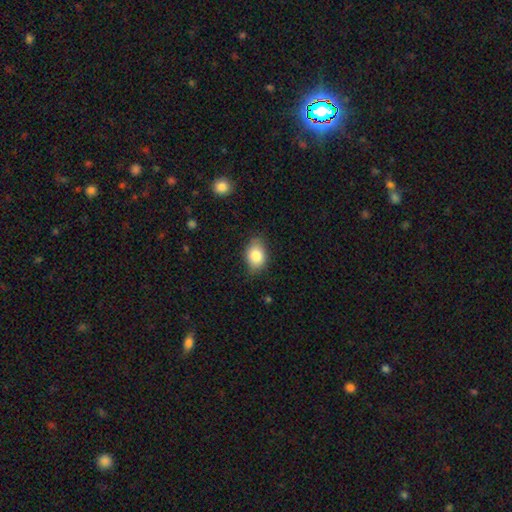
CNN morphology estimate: Smooth or featured?
  - smooth: 82% *
  - featured or disk: 10%
  - star or artifact: 8%
How rounded?
  - in between: 77% *
  - round: 22%
  - cigar-shaped: 1%
Merging?
  - none: 76% *
  - minor disturbance: 19%
  - major disturbance: 3%
  - merger: 1%